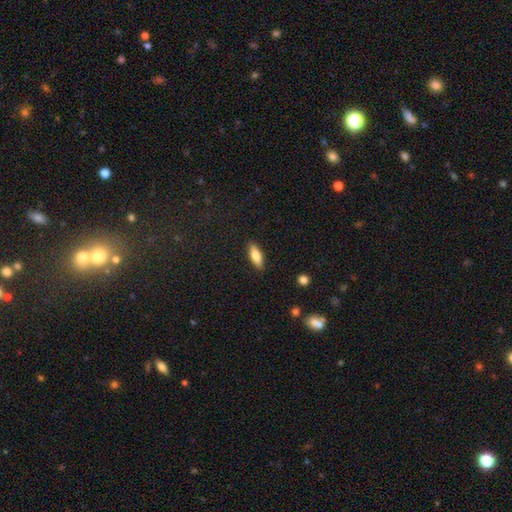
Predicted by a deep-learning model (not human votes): Smooth or featured: smooth — 75% (featured or disk — 19%)
How rounded: in between — 61% (cigar-shaped — 37%)
Merging: none — 89% (minor disturbance — 8%)